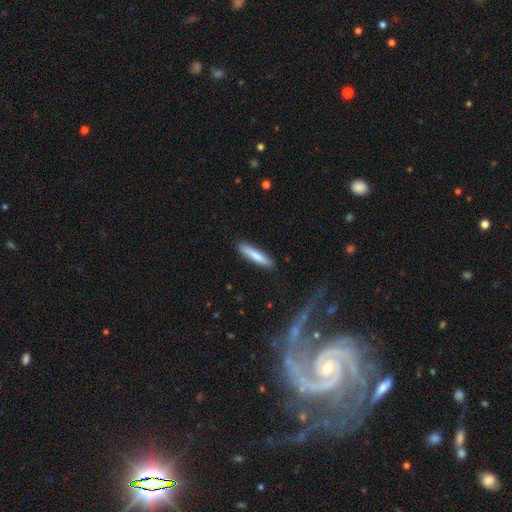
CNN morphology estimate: smooth_or_featured: smooth (p=0.78) [alt: featured or disk p=0.16]
how_rounded: cigar-shaped (p=0.89) [alt: in between p=0.10]
merging: none (p=0.88) [alt: minor disturbance p=0.09]